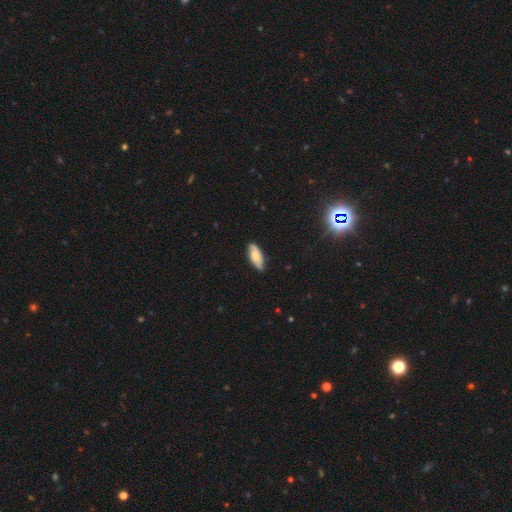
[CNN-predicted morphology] Overall: smooth (68%). How rounded: in between (76%). Merging: none (83%).